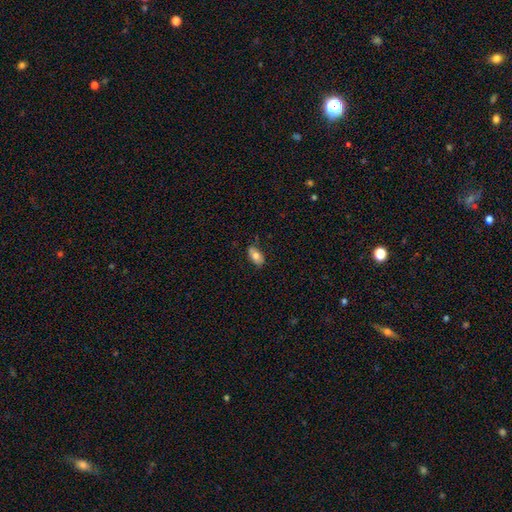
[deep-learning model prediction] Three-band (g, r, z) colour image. It shows a smooth galaxy with no disk features (73%) that is in between round and cigar-shaped (90%). Merging: none (66%).